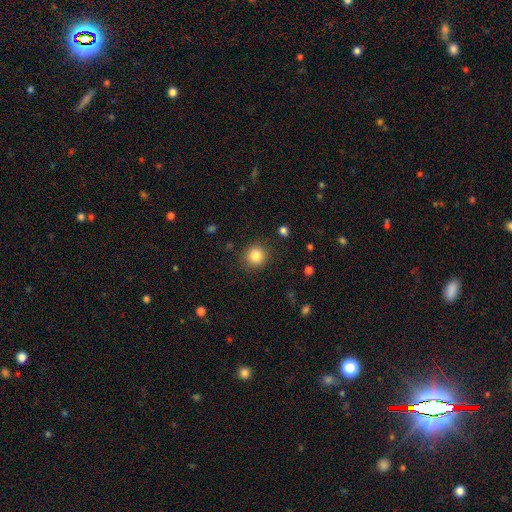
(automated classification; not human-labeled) The model was most divided on "smooth or featured": smooth: 83%, star or artifact: 11%, featured or disk: 6%. More confident: how rounded — round (92%); merging — none (89%).